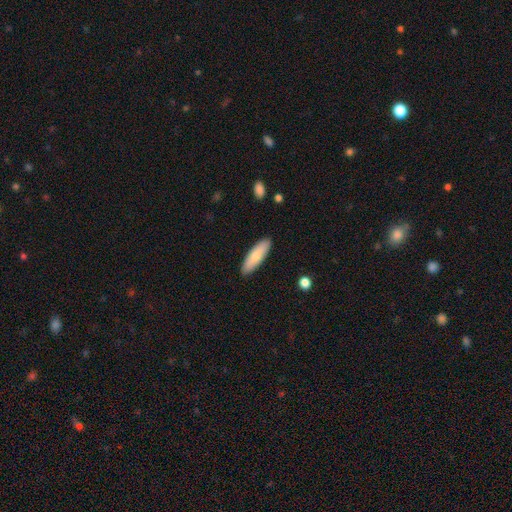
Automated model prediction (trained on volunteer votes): This is likely a smooth galaxy (78%). How rounded: possibly cigar-shaped (55%). Merging: clearly none (89%).